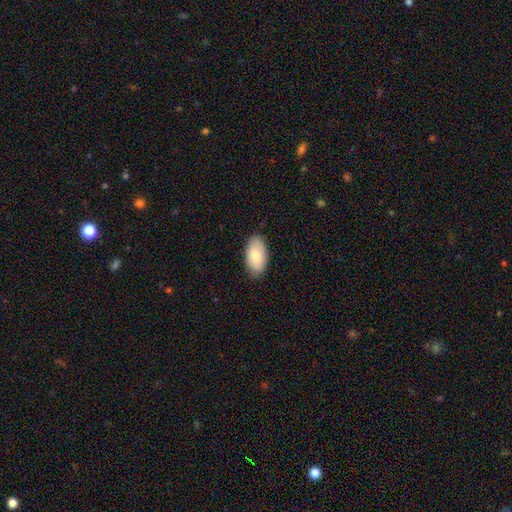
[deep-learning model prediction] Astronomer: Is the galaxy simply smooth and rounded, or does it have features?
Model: smooth — 81%.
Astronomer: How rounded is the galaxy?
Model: in between — 95%.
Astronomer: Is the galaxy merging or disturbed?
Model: none — 85%.